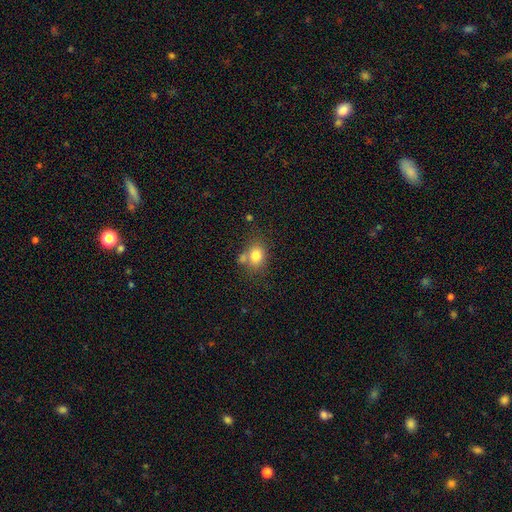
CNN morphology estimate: The model was most divided on "how rounded": in between: 55%, round: 44%, cigar-shaped: 1%. More confident: smooth or featured — smooth (80%); merging — none (57%).